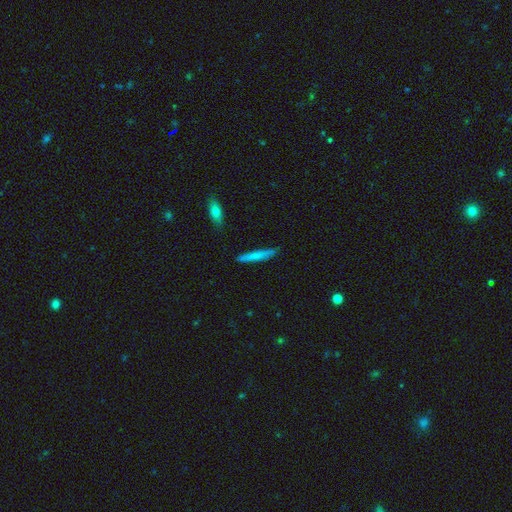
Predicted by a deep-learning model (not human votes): A smooth galaxy with no disk features (71%) that is cigar-shaped (94%).

Vote fractions:
- Smooth or featured? smooth: 71% / featured or disk: 23% / star or artifact: 6%
- How rounded? cigar-shaped: 94% / in between: 4% / round: 1%
- Merging? none: 87% / minor disturbance: 10% / major disturbance: 2% / merger: 2%